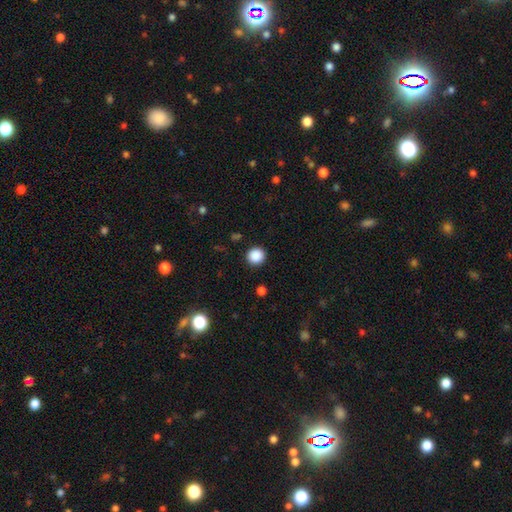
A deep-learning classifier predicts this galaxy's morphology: A smooth galaxy with no disk features (88%) that is round (94%). Merging: none (91%).